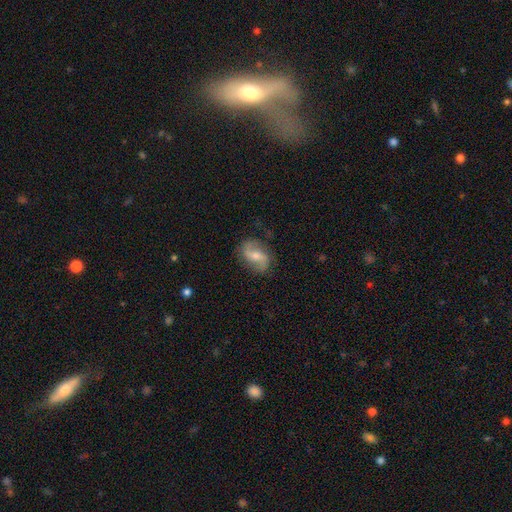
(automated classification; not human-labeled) A featured or disk galaxy (69%) with a weak bar (45%), 2 (90%) loose (54%) spiral arms (93%) and a moderate central bulge (51%). Merging: none (76%).